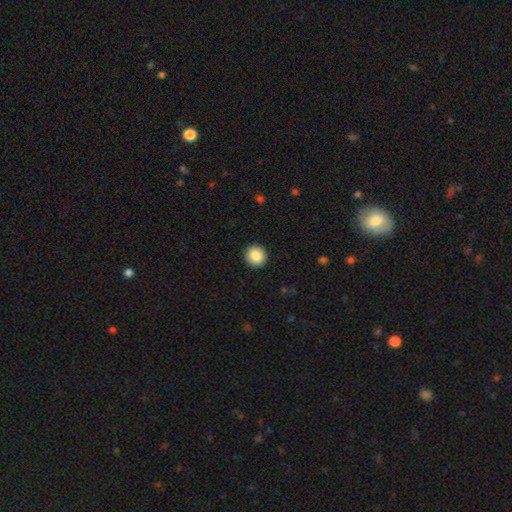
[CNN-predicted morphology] This is clearly a smooth galaxy (87%). How rounded: clearly round (95%). Merging: clearly none (93%).